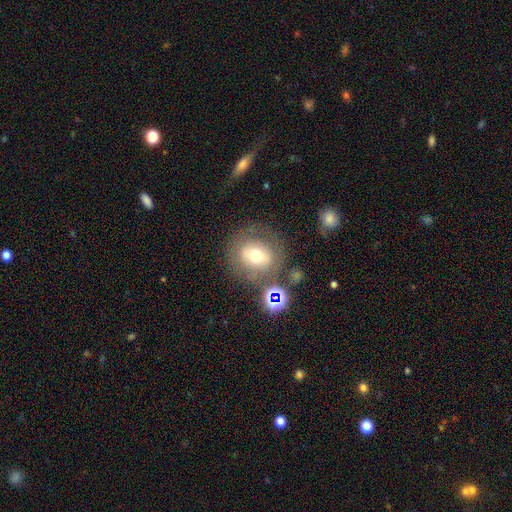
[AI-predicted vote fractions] smooth-or-featured: smooth: 56% | featured or disk: 31% | star or artifact: 13%
  how-rounded: round: 79% | in between: 20% | cigar-shaped: 1%
  merging: none: 69% | minor disturbance: 14% | merger: 9% | major disturbance: 9%